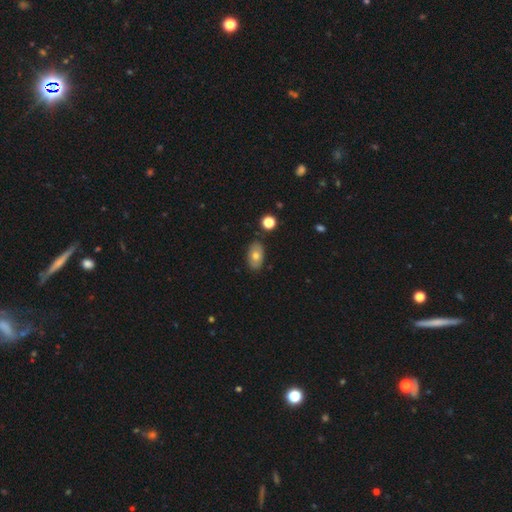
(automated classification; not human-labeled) Overall: smooth (69%). How rounded: in between (90%). Merging: none (84%).